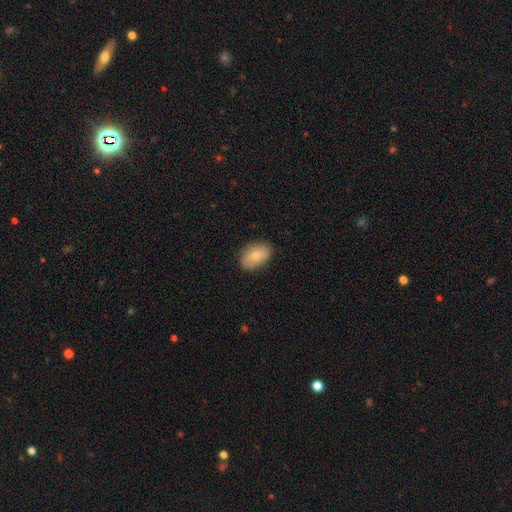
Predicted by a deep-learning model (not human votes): Smooth or featured? Predicted: smooth (p=0.73). How rounded? Predicted: in between (p=0.84). Merging? Predicted: none (p=0.84).